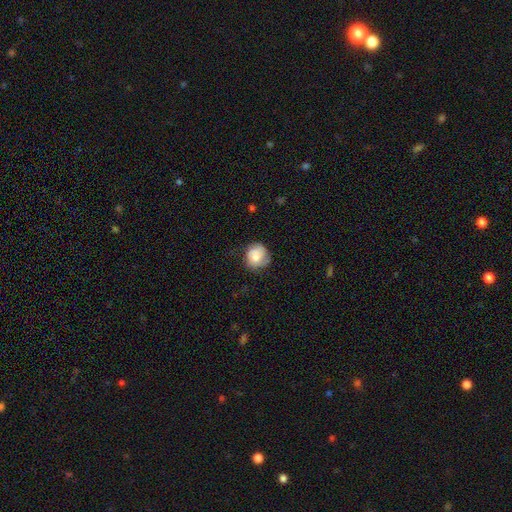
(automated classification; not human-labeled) Smooth or featured: smooth — 70% (featured or disk — 23%)
How rounded: round — 83% (in between — 16%)
Merging: none — 63% (minor disturbance — 27%)